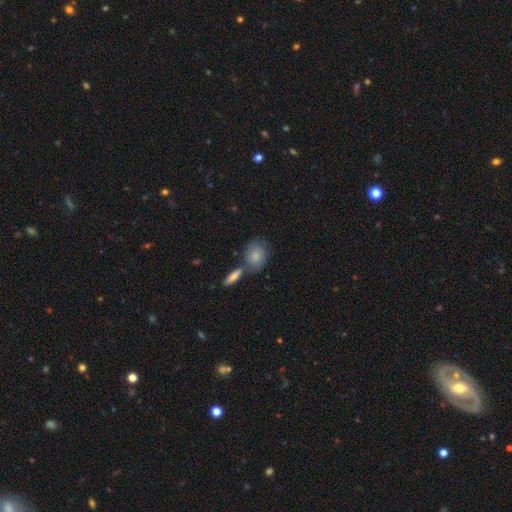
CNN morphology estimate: Smooth or featured: smooth — 80% (featured or disk — 14%)
How rounded: in between — 54% (round — 43%)
Merging: none — 53% (merger — 26%)